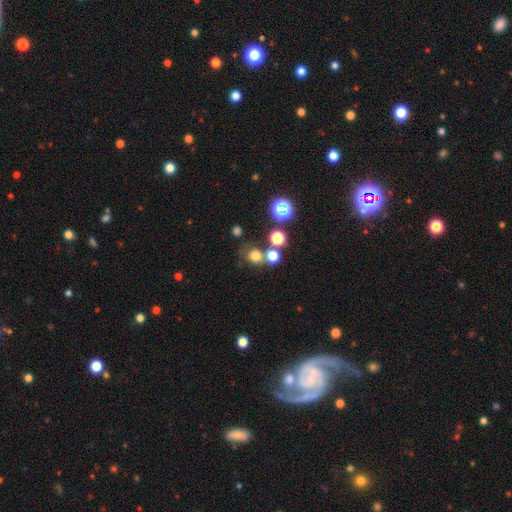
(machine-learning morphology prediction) Q: Smooth or featured?
A: smooth (70%); runner-up: star or artifact (21%)
Q: How rounded?
A: round (82%); runner-up: in between (17%)
Q: Merging?
A: none (62%); runner-up: merger (22%)